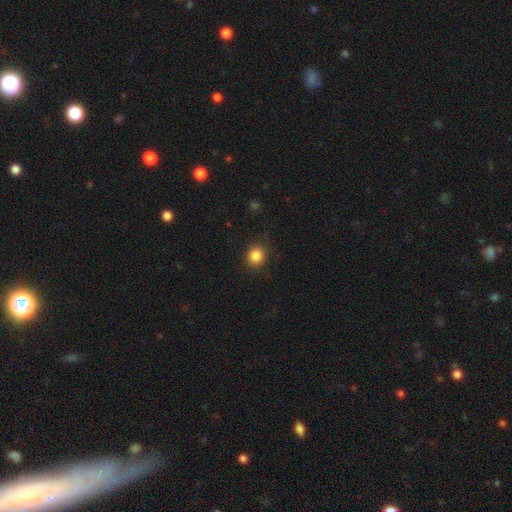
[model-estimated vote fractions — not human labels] This is clearly a smooth galaxy (85%). How rounded: clearly round (84%). Merging: clearly none (88%).